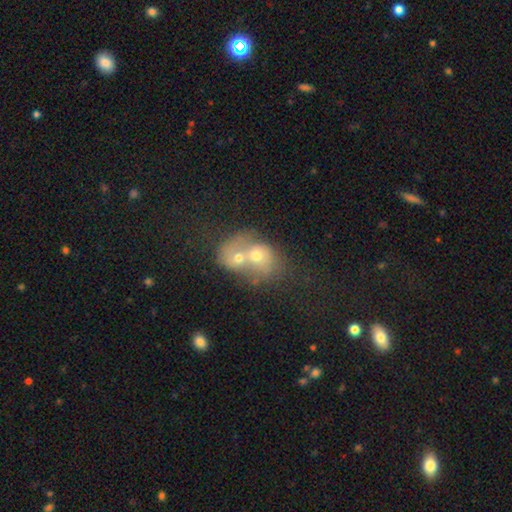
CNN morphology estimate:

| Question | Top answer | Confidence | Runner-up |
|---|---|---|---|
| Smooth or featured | smooth | 49% | featured or disk (37%) |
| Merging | merger | 79% | none (12%) |